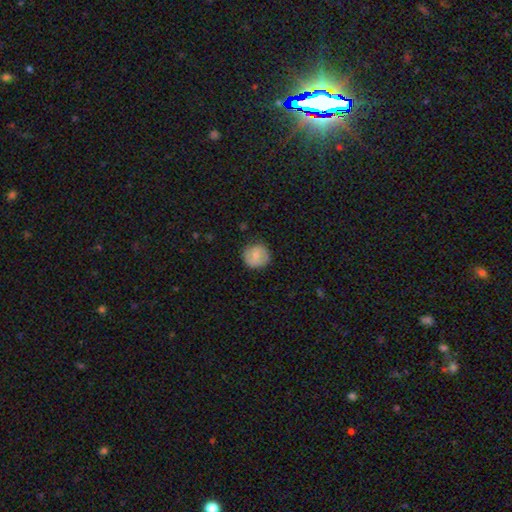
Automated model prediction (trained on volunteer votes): smooth-or-featured: smooth: 70% | featured or disk: 22% | star or artifact: 7%
  how-rounded: round: 90% | in between: 9% | cigar-shaped: 1%
  merging: none: 82% | minor disturbance: 14% | major disturbance: 3% | merger: 1%